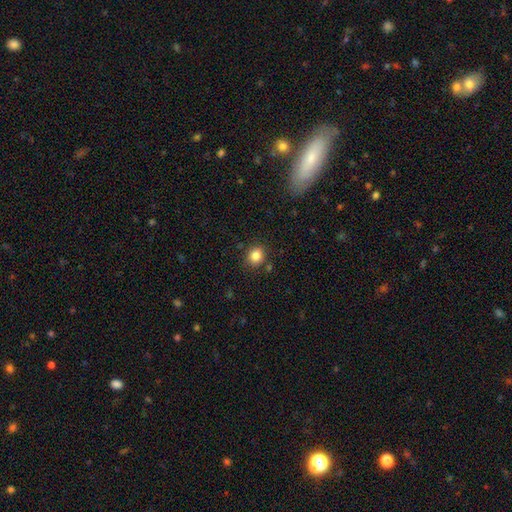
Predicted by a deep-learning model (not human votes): This appears to be a smooth galaxy with no disk features (84%) that is round (79%). Merging: none (85%).